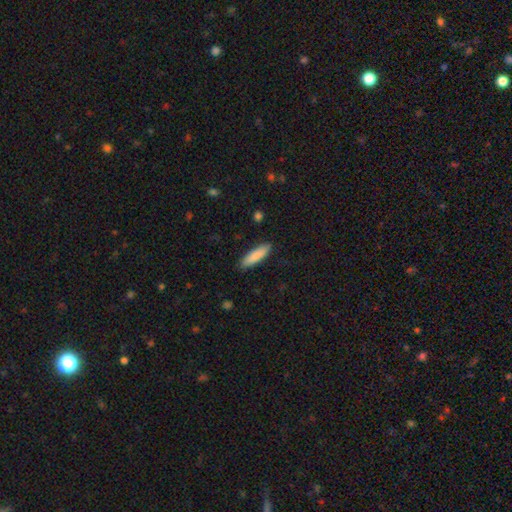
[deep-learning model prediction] This appears to be a smooth galaxy with no disk features (85%) that is cigar-shaped (67%). Merging: none (88%).